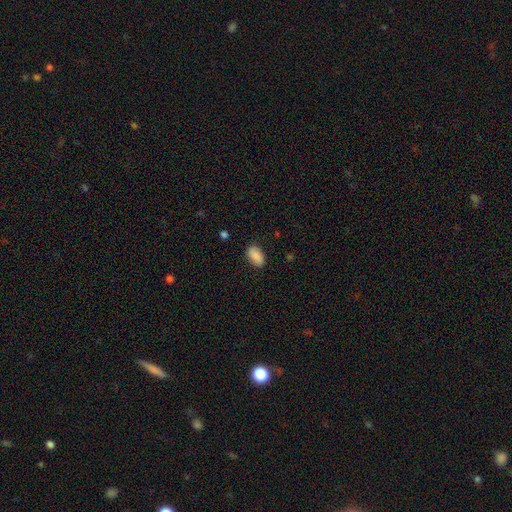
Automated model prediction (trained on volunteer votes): The model was most divided on "merging": none: 85%, minor disturbance: 11%, major disturbance: 3%, merger: 1%. More confident: how rounded — in between (94%); smooth or featured — smooth (89%).